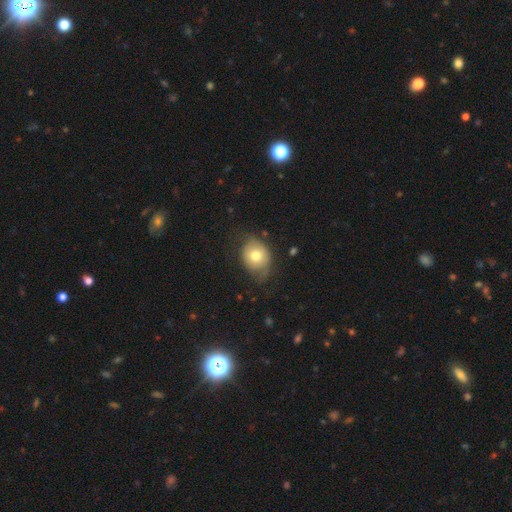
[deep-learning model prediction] This is likely a smooth galaxy (70%). How rounded: possibly round (53%). Merging: possibly none (50%).